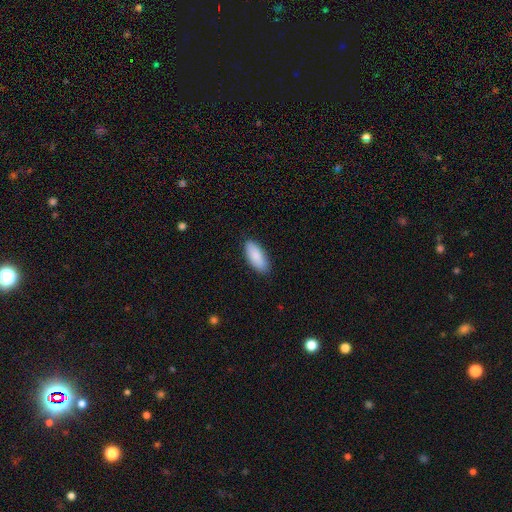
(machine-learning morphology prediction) This is clearly a smooth galaxy (88%). How rounded: clearly in between (85%). Merging: clearly none (87%).